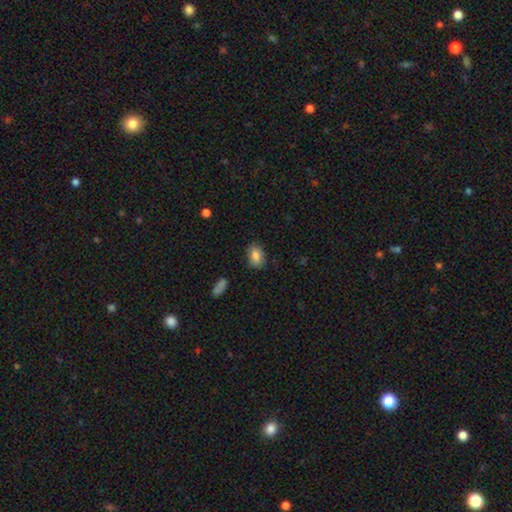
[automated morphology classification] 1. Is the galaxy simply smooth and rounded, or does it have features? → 84% smooth, 8% star or artifact, 8% featured or disk.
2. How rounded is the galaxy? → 83% in between, 16% round, 1% cigar-shaped.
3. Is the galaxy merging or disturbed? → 82% none, 14% minor disturbance, 3% major disturbance, 2% merger.